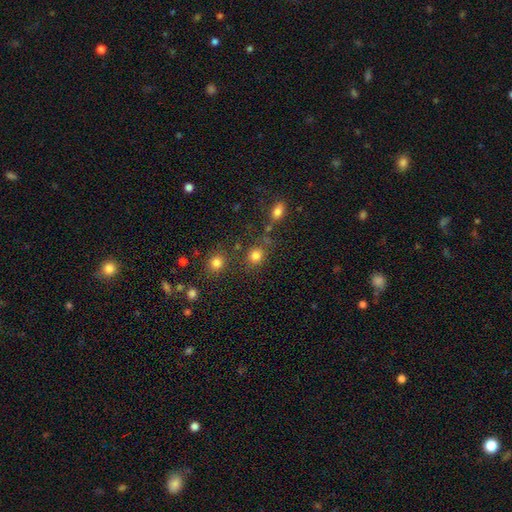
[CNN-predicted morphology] smooth_or_featured: smooth (p=0.81) [alt: star or artifact p=0.14]
how_rounded: round (p=0.82) [alt: in between p=0.17]
merging: none (p=0.74) [alt: merger p=0.11]